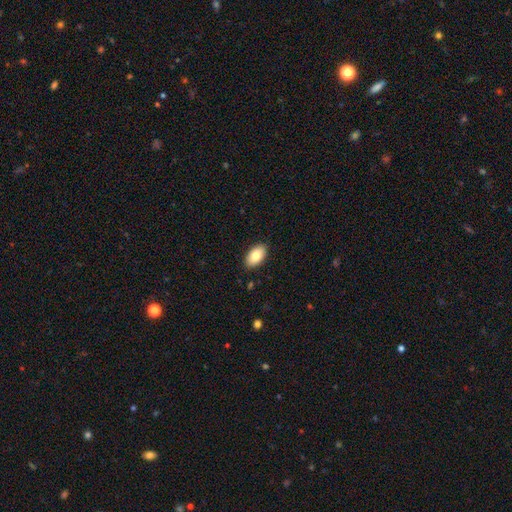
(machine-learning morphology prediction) smooth 82%, featured or disk 11%, star or artifact 7%. Down the decision tree: how rounded — in between (95%); merging — none (89%).